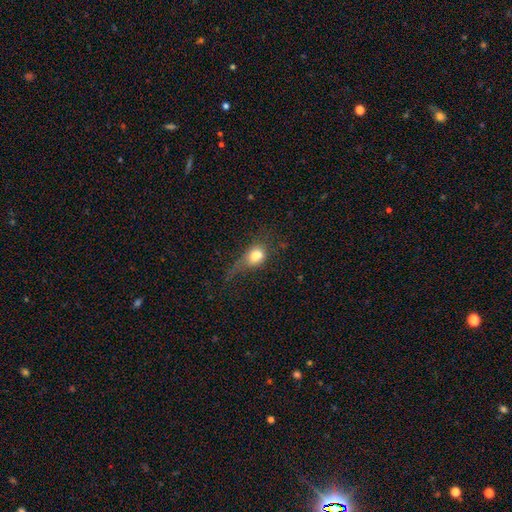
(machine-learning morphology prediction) Overall: smooth (72%). How rounded: in between (56%; round 40%). Merging: major disturbance (37%; none 28%).